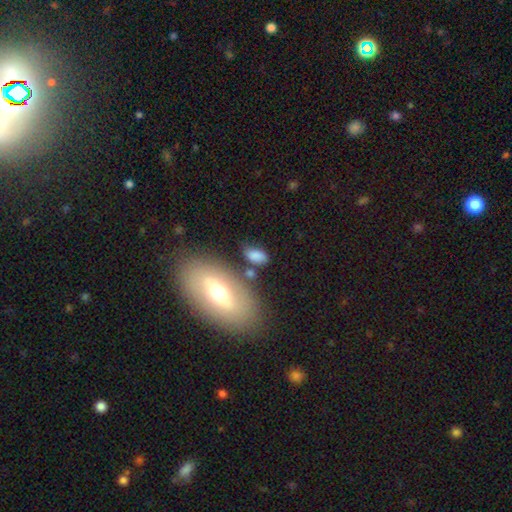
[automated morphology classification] A smooth galaxy with no disk features (77%) that is in between round and cigar-shaped (87%). Merging: none (63%).